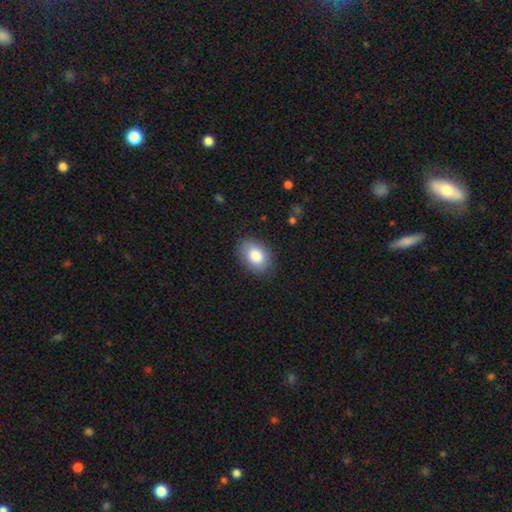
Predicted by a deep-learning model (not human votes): Morphology: type=smooth (84%); roundness=in between (82%); merging=none (84%).